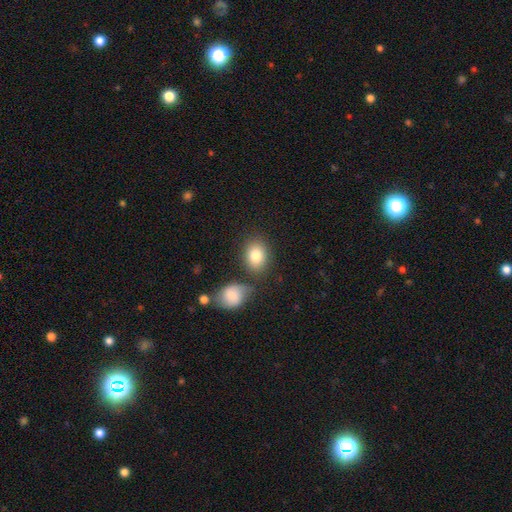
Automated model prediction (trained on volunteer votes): smooth 83%, featured or disk 9%, star or artifact 8%. Down the decision tree: how rounded — in between (61%); merging — none (71%).